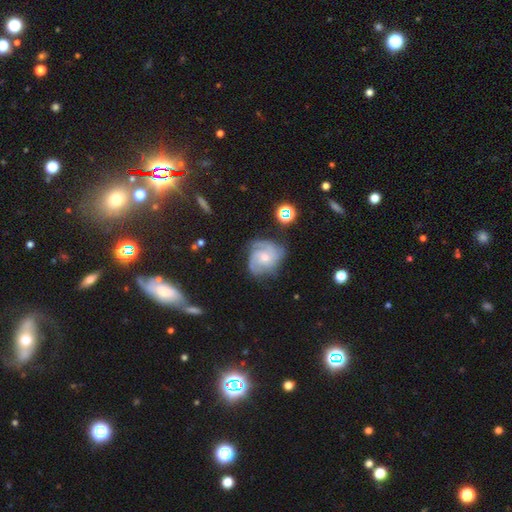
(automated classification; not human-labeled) smooth-or-featured: featured or disk: 76% | star or artifact: 12% | smooth: 12%
  disk-edge-on: no: 97% | yes: 3%
    bar: no: 71% | weak: 23% | strong: 6%
    has-spiral-arms: yes: 95% | no: 5%
      spiral-winding: tight: 61% | medium: 32% | loose: 7%
      spiral-arm-count: 3: 39% | 2: 24% | can't tell: 20% | 4: 8% | 1: 5% | more than 4: 4%
    bulge-size: small: 50% | moderate: 46% | large: 2% | none: 2% | dominant: 1%
  merging: none: 67% | minor disturbance: 22% | major disturbance: 8% | merger: 3%